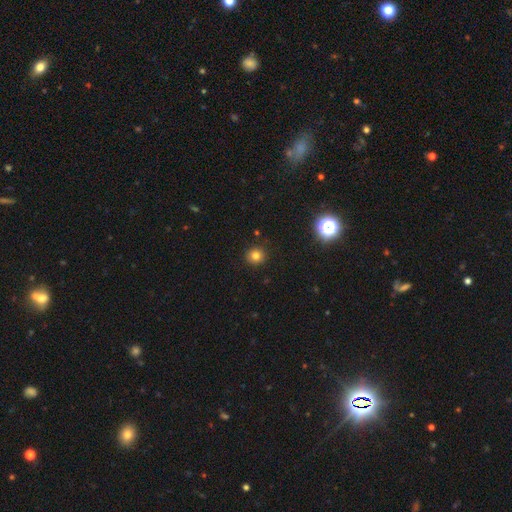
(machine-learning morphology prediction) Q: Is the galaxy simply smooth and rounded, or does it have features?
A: smooth — 79%.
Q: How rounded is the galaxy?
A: round — 91%.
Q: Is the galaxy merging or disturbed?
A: none — 91%.